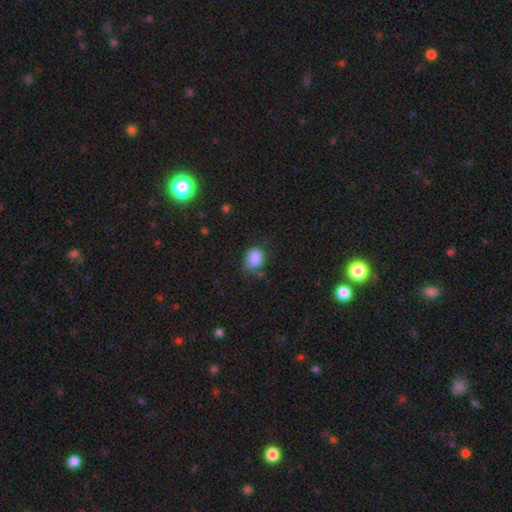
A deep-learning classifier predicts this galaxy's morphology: The model was most divided on "how rounded": in between: 56%, round: 43%, cigar-shaped: 1%. More confident: smooth or featured — smooth (88%); merging — none (69%).